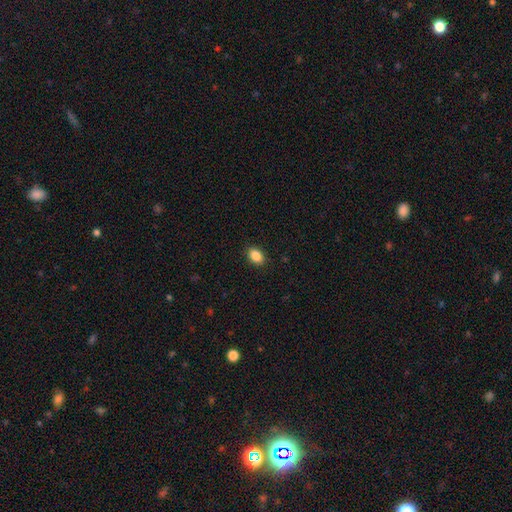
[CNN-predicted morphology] A smooth galaxy with no disk features (87%) that is in between round and cigar-shaped (84%). Merging: none (89%).